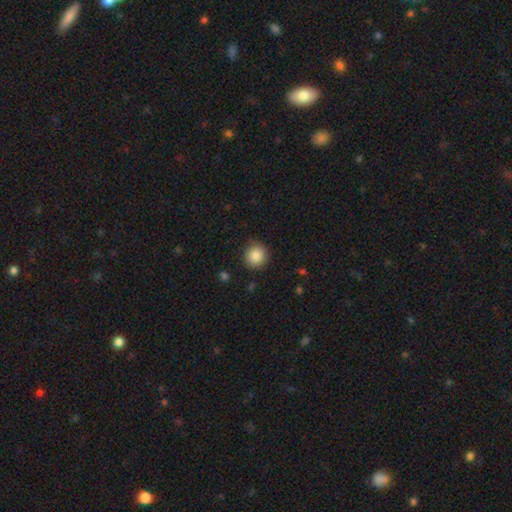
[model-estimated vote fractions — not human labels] Smooth or featured: smooth — 87% (star or artifact — 9%)
How rounded: round — 91% (in between — 8%)
Merging: none — 87% (minor disturbance — 10%)